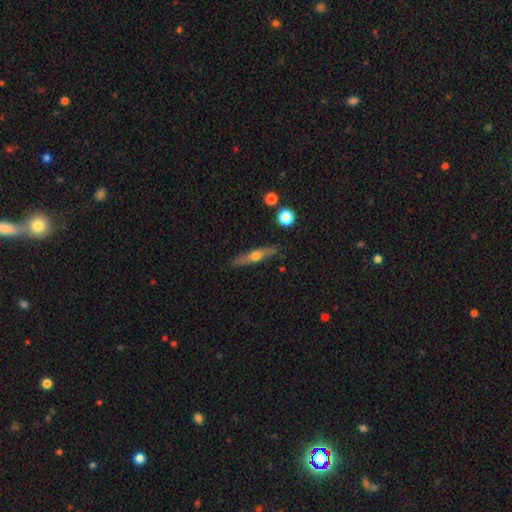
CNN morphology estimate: smooth_or_featured: featured or disk (p=0.52) [alt: smooth p=0.41]
disk_edge_on: yes (p=0.87) [alt: no p=0.13]
merging: none (p=0.82) [alt: minor disturbance p=0.13]